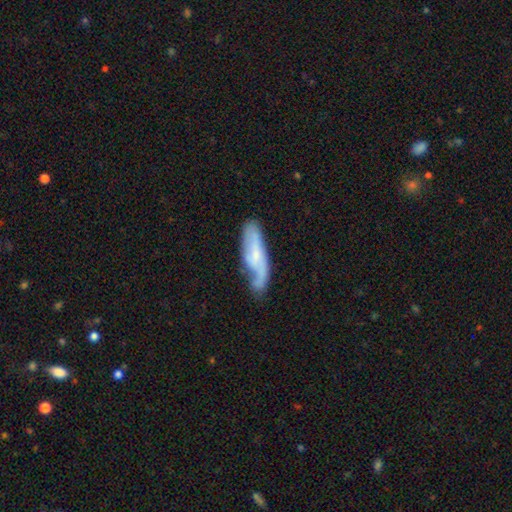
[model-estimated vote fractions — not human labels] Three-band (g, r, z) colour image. It shows a featured or disk galaxy (59%). Merging: none (52%).